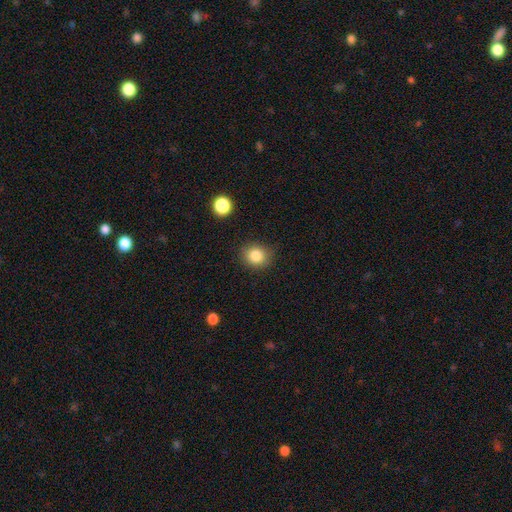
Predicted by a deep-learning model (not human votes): Smooth or featured? smooth (84%)
How rounded? round (75%)
Merging? none (86%)